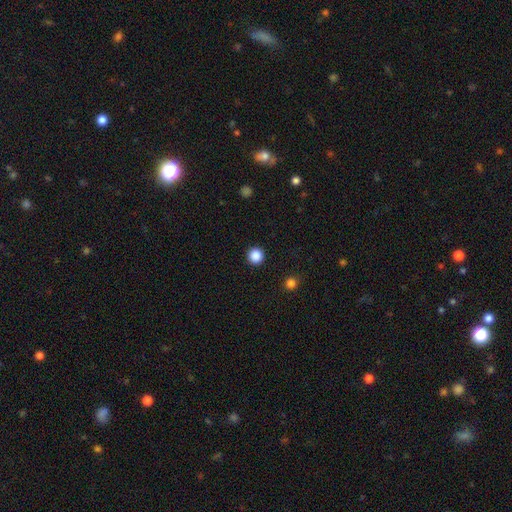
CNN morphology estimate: Smooth or featured: smooth — 88% (star or artifact — 10%)
How rounded: round — 96% (in between — 3%)
Merging: none — 93% (minor disturbance — 4%)